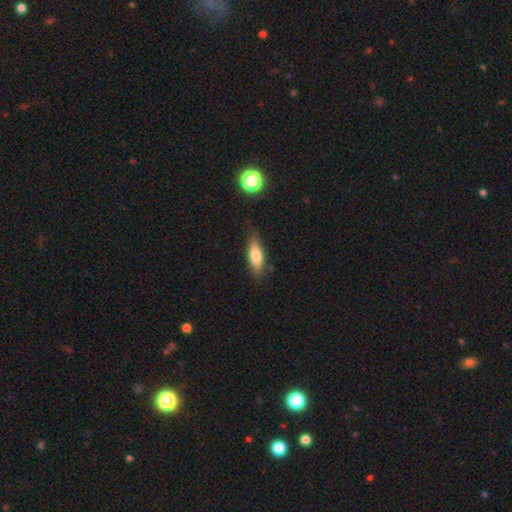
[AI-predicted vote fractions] This is likely a smooth galaxy (71%). How rounded: possibly in between (55%). Merging: likely none (78%).